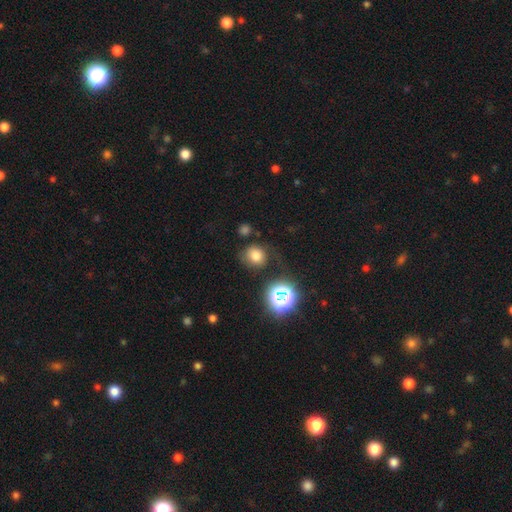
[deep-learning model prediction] A smooth galaxy with no disk features (72%) that is round (72%).

Vote fractions:
- Smooth or featured? smooth: 72% / star or artifact: 18% / featured or disk: 10%
- How rounded? round: 72% / in between: 27% / cigar-shaped: 1%
- Merging? none: 67% / minor disturbance: 18% / major disturbance: 9% / merger: 6%